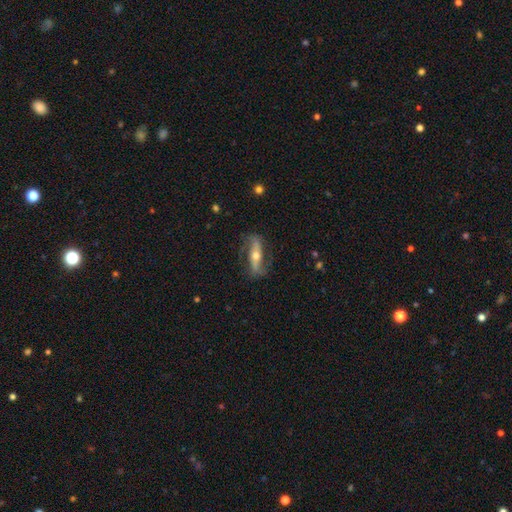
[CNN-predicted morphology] A featured or disk galaxy (78%) with a strong bar (54%), spiral arms (86%) and a moderate central bulge (54%). Merging: none (75%).